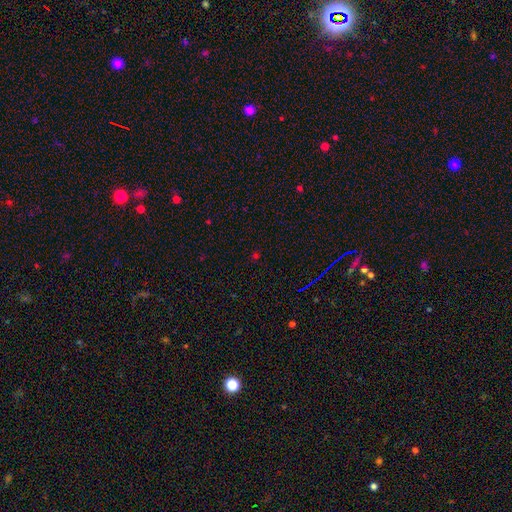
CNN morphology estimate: smooth_or_featured: star or artifact (p=0.64) [alt: smooth p=0.28]